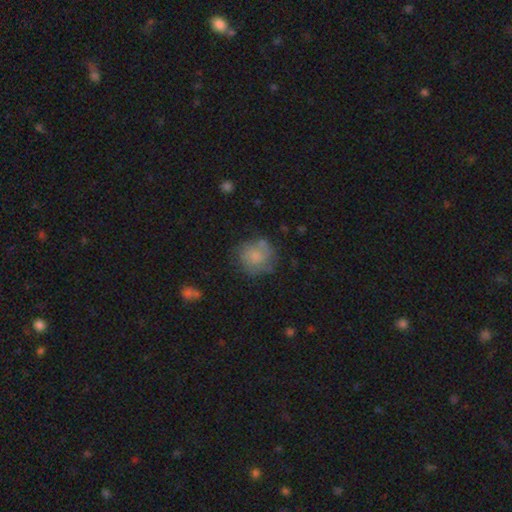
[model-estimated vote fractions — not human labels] A smooth galaxy with no disk features (72%) that is round (86%).

Vote fractions:
- Smooth or featured? smooth: 72% / featured or disk: 19% / star or artifact: 9%
- How rounded? round: 86% / in between: 13% / cigar-shaped: 1%
- Merging? none: 63% / minor disturbance: 21% / major disturbance: 9% / merger: 7%